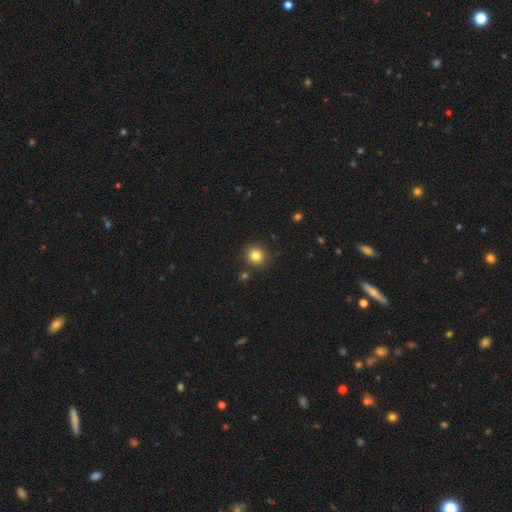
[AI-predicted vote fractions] Overall: smooth (83%). How rounded: round (90%). Merging: none (88%).